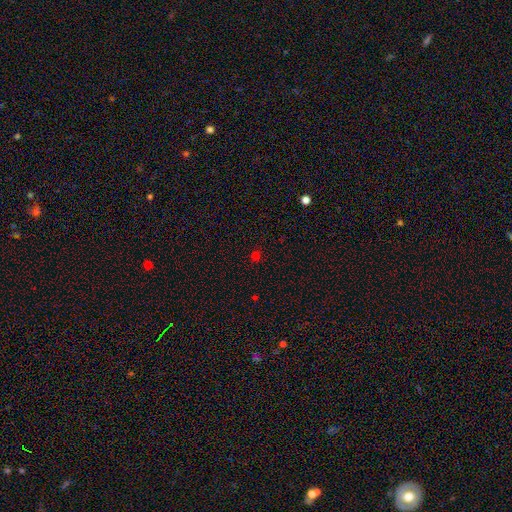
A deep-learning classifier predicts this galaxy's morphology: smooth 66%, star or artifact 29%, featured or disk 5%. Down the decision tree: how rounded — round (84%); merging — none (87%).